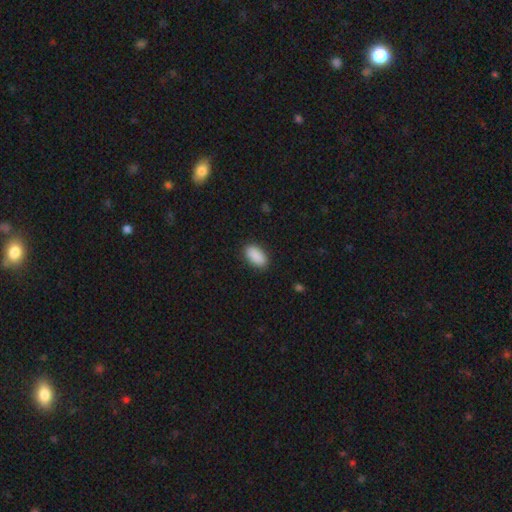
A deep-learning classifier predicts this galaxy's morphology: Overall: smooth (91%). How rounded: in between (94%). Merging: none (89%).